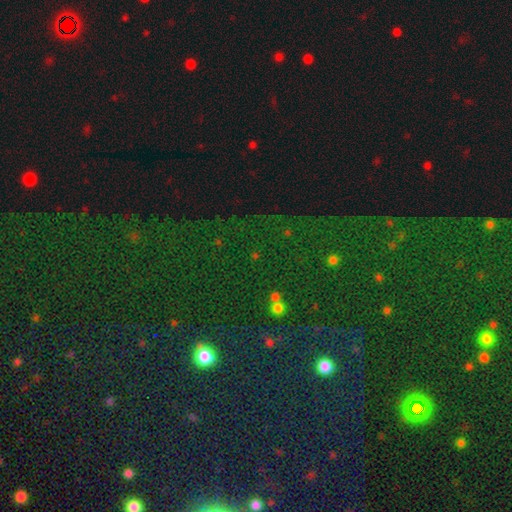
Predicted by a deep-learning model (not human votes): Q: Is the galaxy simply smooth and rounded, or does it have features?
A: star or artifact — 76%.